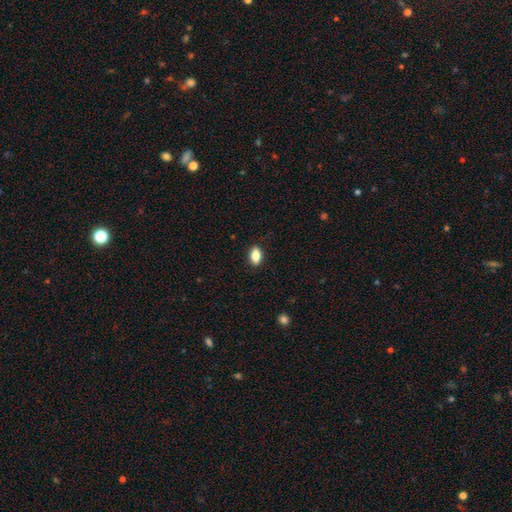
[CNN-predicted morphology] Smooth or featured? Predicted: smooth (p=0.83). How rounded? Predicted: in between (p=0.87). Merging? Predicted: none (p=0.88).